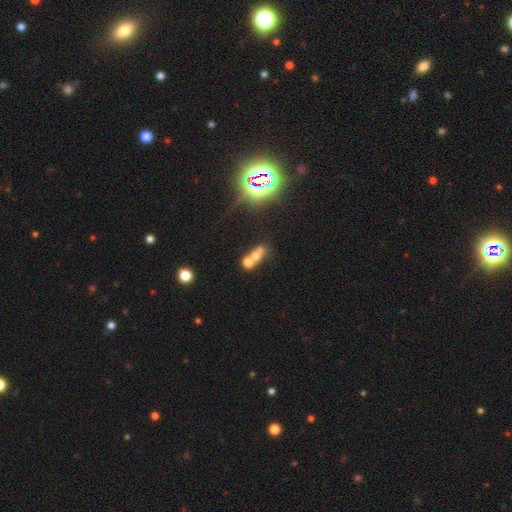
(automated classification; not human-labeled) Smooth or featured? smooth (56%)
How rounded? round (53%)
Merging? merger (66%)